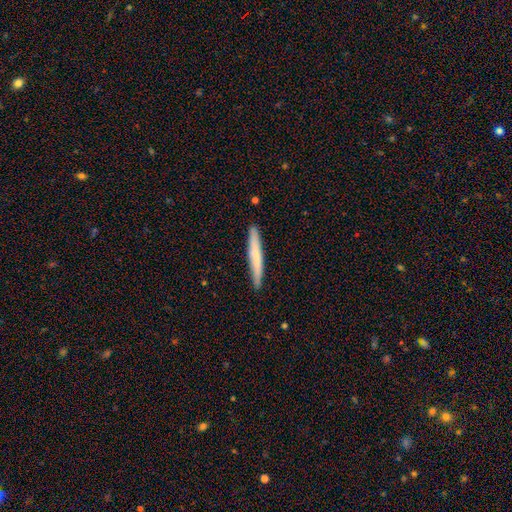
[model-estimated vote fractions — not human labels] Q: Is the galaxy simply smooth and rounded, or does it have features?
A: smooth — 65%.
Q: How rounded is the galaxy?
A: cigar-shaped — 96%.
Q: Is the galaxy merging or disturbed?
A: none — 89%.